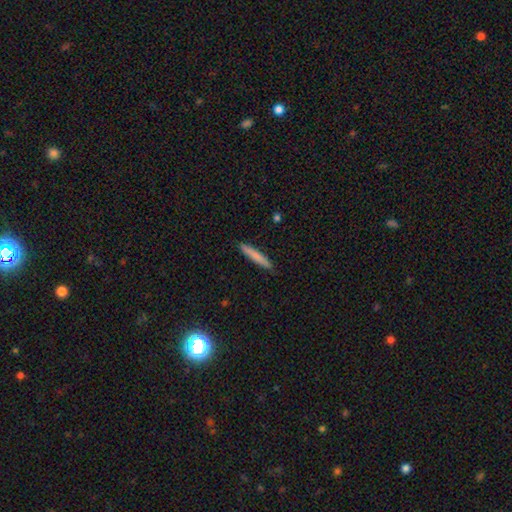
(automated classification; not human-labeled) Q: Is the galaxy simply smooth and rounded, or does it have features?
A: smooth — 76%.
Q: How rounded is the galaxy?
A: cigar-shaped — 94%.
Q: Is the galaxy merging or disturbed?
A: none — 89%.